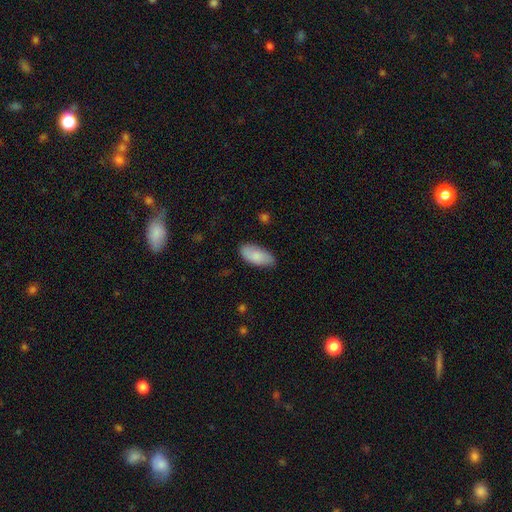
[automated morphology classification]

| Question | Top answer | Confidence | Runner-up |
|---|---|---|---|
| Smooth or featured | smooth | 84% | featured or disk (10%) |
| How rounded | in between | 92% | cigar-shaped (7%) |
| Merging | none | 79% | minor disturbance (17%) |